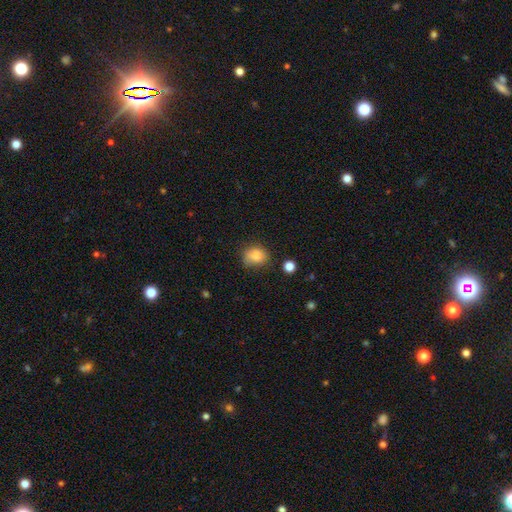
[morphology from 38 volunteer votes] Volunteers were most divided on "how rounded": in between: 57%, round: 43%, cigar-shaped: 0%. More confident: smooth or featured — smooth (92%); merging — none (71%).